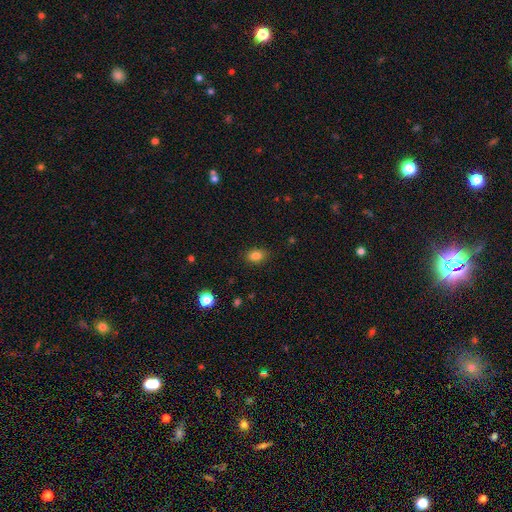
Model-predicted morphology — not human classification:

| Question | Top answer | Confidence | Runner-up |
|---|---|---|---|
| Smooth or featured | smooth | 83% | star or artifact (11%) |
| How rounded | in between | 74% | round (25%) |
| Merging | none | 86% | minor disturbance (11%) |